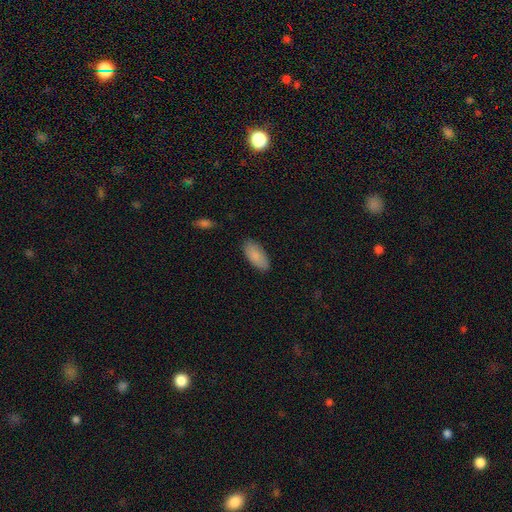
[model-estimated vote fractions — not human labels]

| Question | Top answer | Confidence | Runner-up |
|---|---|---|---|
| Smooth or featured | smooth | 87% | featured or disk (7%) |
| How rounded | in between | 90% | cigar-shaped (8%) |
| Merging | none | 85% | minor disturbance (11%) |